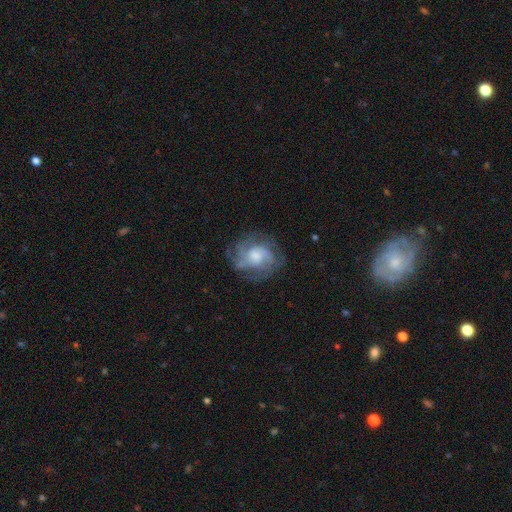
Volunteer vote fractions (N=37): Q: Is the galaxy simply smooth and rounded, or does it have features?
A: featured or disk — 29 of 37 (78%).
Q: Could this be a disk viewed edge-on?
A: no — 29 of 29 (100%).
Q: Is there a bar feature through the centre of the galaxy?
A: no — 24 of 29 (83%).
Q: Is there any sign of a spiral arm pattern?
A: yes — 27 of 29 (93%).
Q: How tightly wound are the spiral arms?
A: tight — 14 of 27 (52%).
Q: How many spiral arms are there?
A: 2 — 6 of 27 (22%, tied with 3, 4 and can't tell).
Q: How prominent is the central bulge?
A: moderate — 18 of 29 (62%).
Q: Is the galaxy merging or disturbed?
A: none — 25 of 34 (74%).